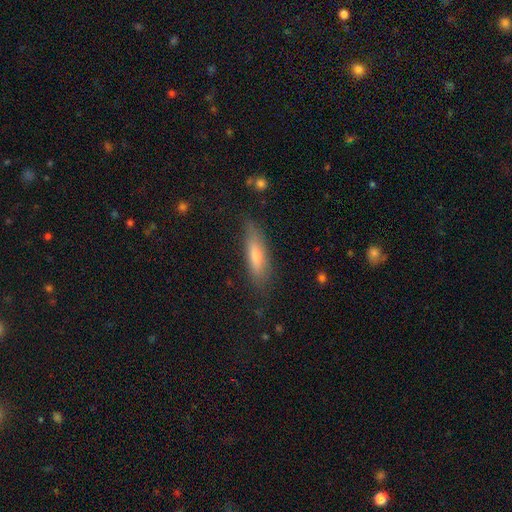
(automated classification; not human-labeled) Smooth or featured? Predicted: smooth (p=0.64). How rounded? Predicted: cigar-shaped (p=0.64). Merging? Predicted: none (p=0.78).